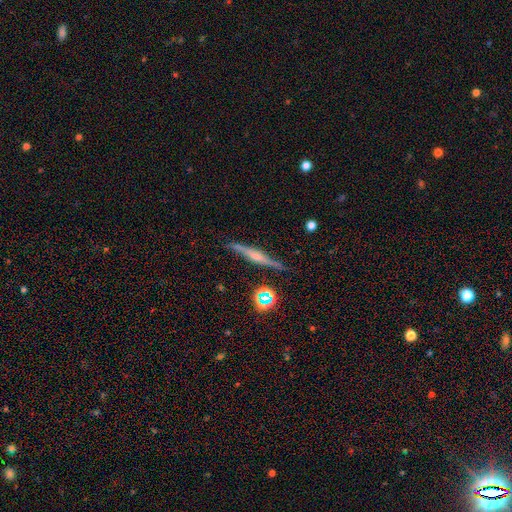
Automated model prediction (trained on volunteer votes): This is likely a featured or disk galaxy (72%). It is clearly viewed edge-on (95%). Edge-on bulge: likely rounded (67%). Merging: clearly none (83%).